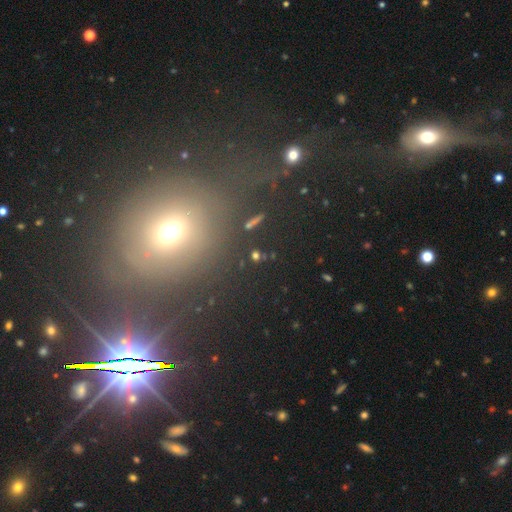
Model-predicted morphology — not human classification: Smooth or featured? Predicted: star or artifact (p=0.42).